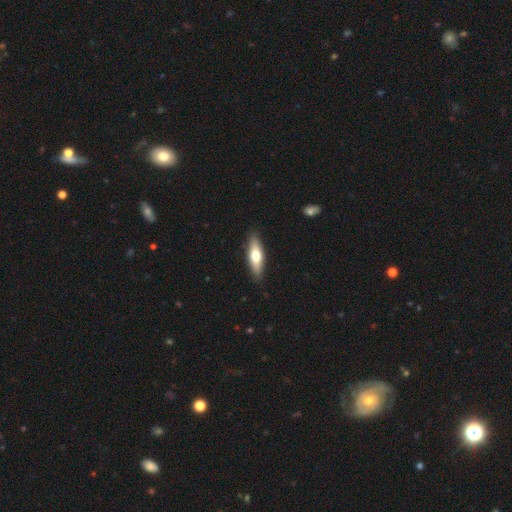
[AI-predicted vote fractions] Morphology: type=smooth (58%); roundness=cigar-shaped (56%); merging=none (89%).